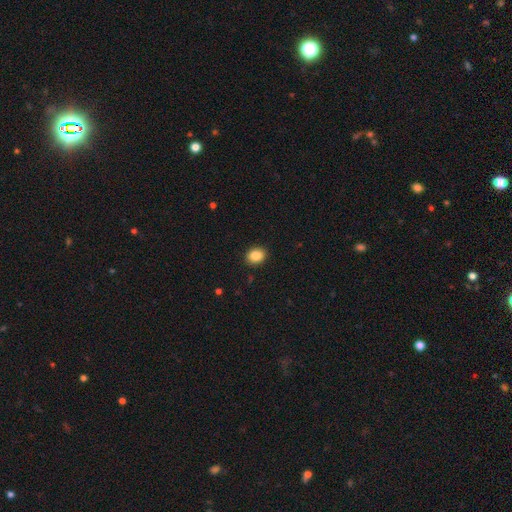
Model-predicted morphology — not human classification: Smooth or featured?
  - smooth: 87% *
  - star or artifact: 9%
  - featured or disk: 4%
How rounded?
  - round: 50% *
  - in between: 49%
  - cigar-shaped: 1%
Merging?
  - none: 91% *
  - minor disturbance: 7%
  - major disturbance: 2%
  - merger: 1%